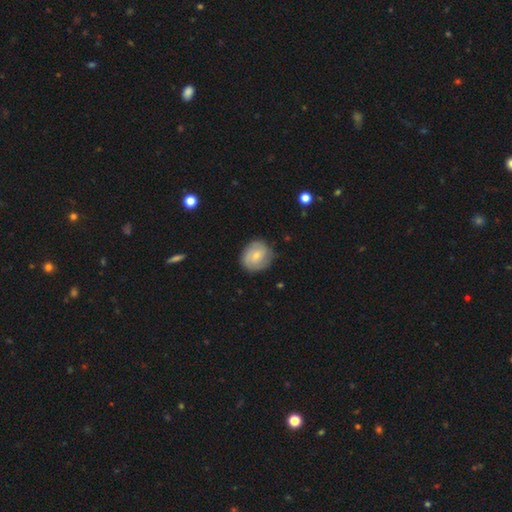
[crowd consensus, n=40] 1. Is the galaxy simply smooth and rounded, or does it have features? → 55% featured or disk, 45% smooth, 0% star or artifact.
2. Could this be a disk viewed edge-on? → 100% no, 0% yes.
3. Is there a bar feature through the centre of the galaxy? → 59% no, 41% weak, 0% strong.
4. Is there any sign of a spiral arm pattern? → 91% yes, 9% no.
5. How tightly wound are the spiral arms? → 60% tight, 35% medium, 5% loose.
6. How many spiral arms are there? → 50% 2, 30% can't tell, 10% 1, 10% 3, 0% 4, 0% more than 4.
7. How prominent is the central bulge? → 64% small, 32% moderate, 5% none, 0% dominant, 0% large.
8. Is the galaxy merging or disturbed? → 75% none, 22% minor disturbance, 2% major disturbance, 0% merger.